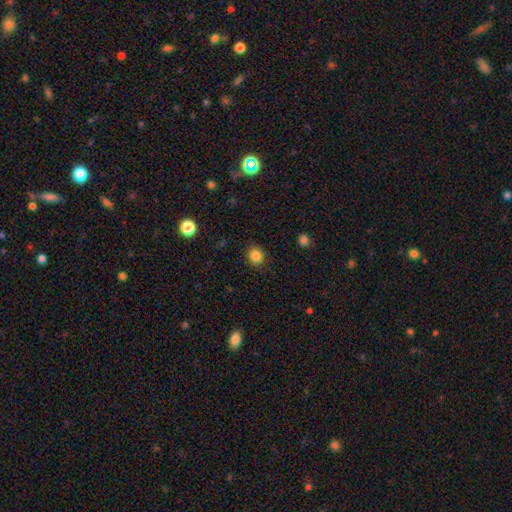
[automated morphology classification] smooth_or_featured: smooth (p=0.85) [alt: star or artifact p=0.11]
how_rounded: round (p=0.78) [alt: in between p=0.21]
merging: none (p=0.87) [alt: minor disturbance p=0.09]